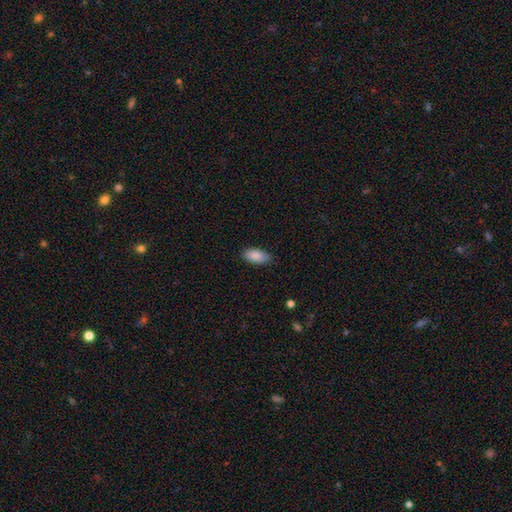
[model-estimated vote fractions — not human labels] Overall: smooth (88%). How rounded: in between (92%). Merging: none (85%).